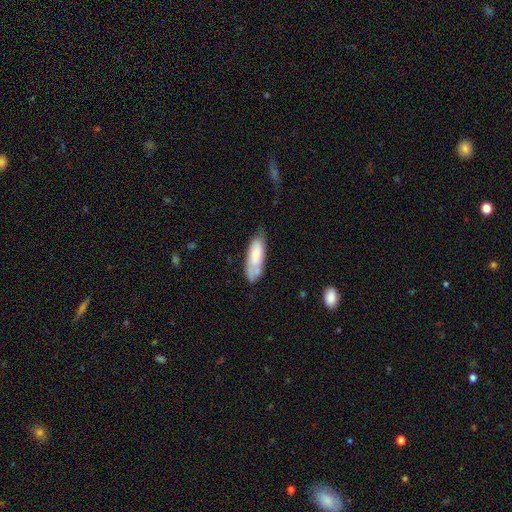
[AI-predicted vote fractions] smooth 72%, featured or disk 22%, star or artifact 6%. Down the decision tree: how rounded — in between (62%); merging — none (55%).